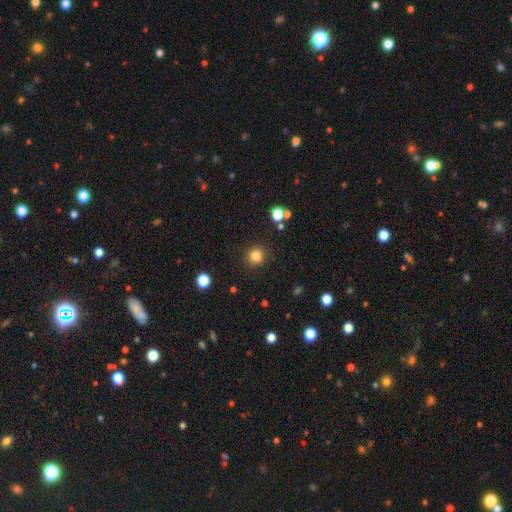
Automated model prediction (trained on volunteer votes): smooth 82%, star or artifact 13%, featured or disk 5%. Down the decision tree: how rounded — round (90%); merging — none (88%).